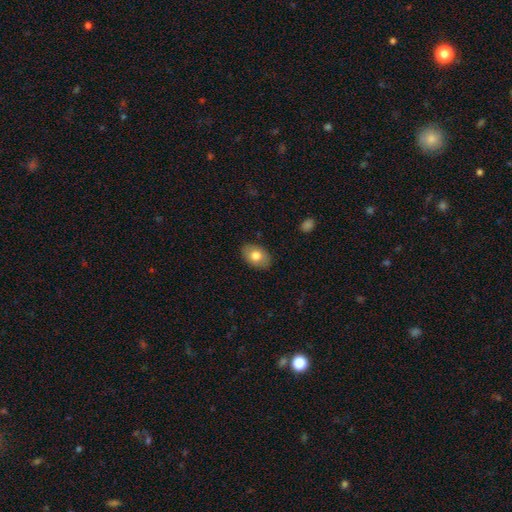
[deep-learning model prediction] The model was most divided on "smooth or featured": smooth: 77%, featured or disk: 16%, star or artifact: 7%. More confident: merging — none (86%); how rounded — in between (85%).